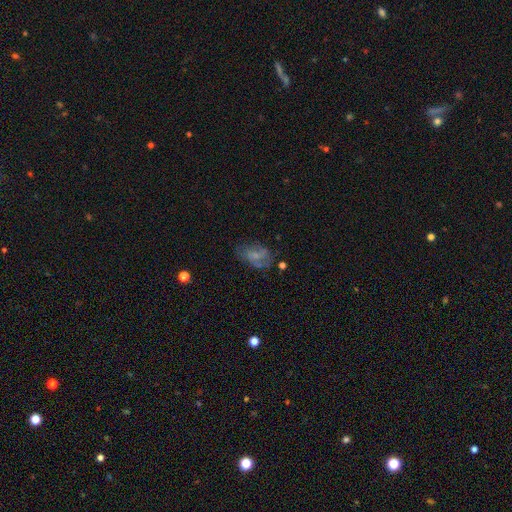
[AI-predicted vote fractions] Overall: featured or disk (46%; smooth 44%). Merging: none (51%; minor disturbance 26%).